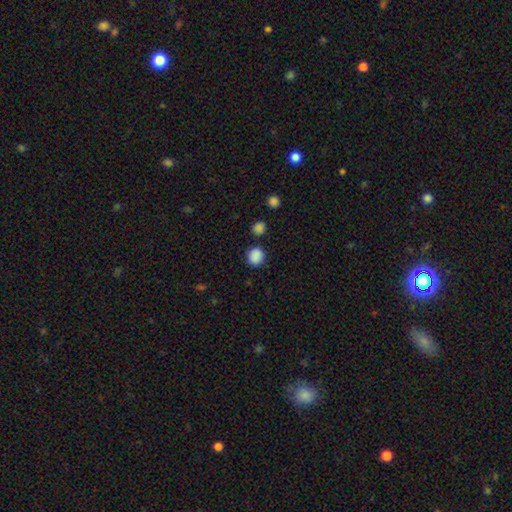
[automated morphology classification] This appears to be a smooth galaxy with no disk features (86%) that is round (83%). Merging: none (82%).